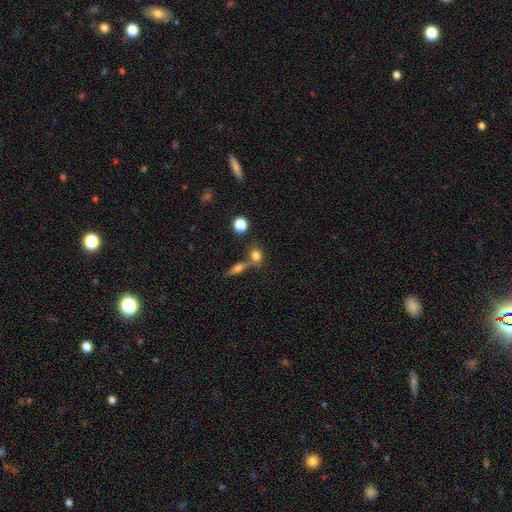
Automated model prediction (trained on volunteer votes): This is likely a smooth galaxy (77%). How rounded: possibly round (49%). Merging: possibly none (53%).